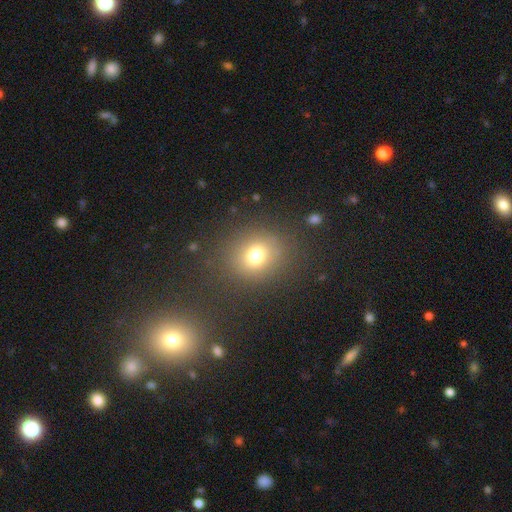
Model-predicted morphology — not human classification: smooth_or_featured: smooth (p=0.74) [alt: star or artifact p=0.16]
how_rounded: round (p=0.72) [alt: in between p=0.27]
merging: none (p=0.81) [alt: minor disturbance p=0.10]